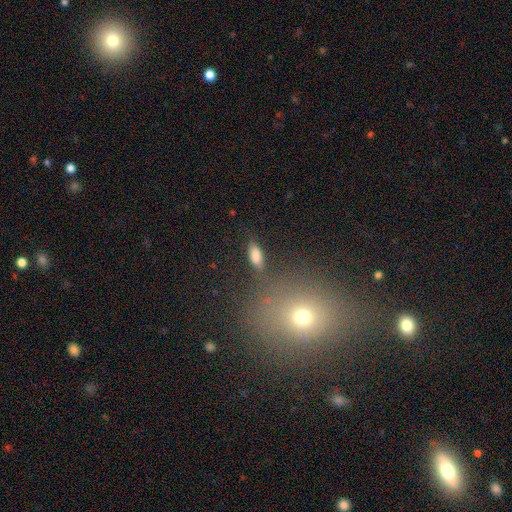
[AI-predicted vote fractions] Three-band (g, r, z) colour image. It shows a smooth galaxy with no disk features (81%) that is in between round and cigar-shaped (76%). Merging: none (78%).